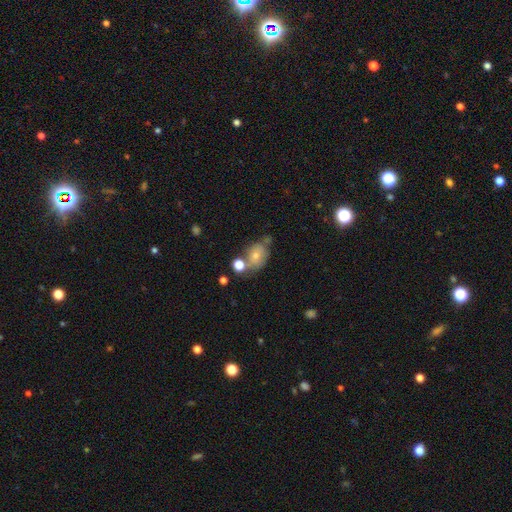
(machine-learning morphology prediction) smooth 67%, featured or disk 21%, star or artifact 11%. Down the decision tree: how rounded — in between (63%); merging — none (45%).